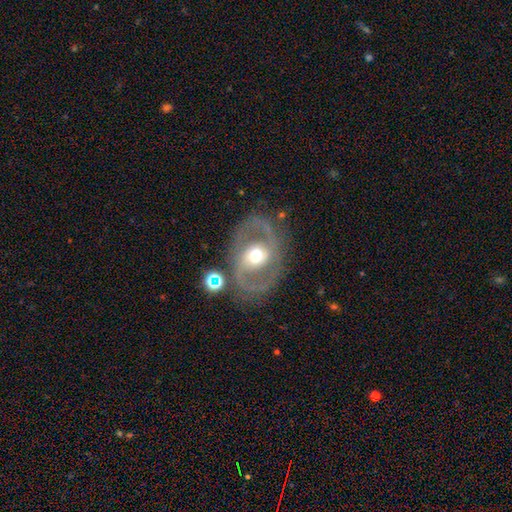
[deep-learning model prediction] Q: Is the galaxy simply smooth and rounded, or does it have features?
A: featured or disk — 70%.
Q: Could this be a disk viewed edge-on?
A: no — 94%.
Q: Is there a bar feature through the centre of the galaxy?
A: no — 62%.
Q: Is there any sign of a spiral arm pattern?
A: yes — 55%.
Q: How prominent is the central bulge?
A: moderate — 69%.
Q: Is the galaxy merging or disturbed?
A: none — 74%.